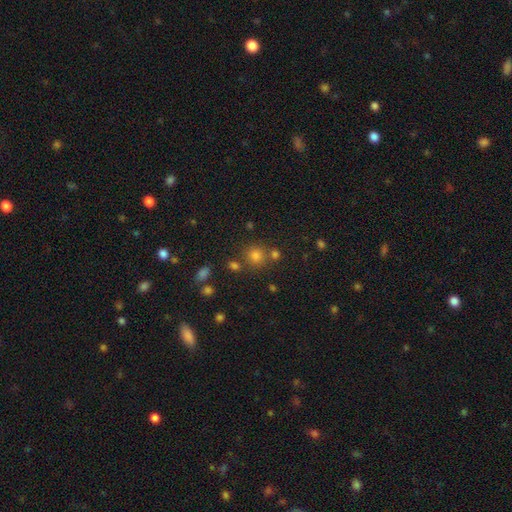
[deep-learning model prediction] smooth 72%, star or artifact 21%, featured or disk 7%. Down the decision tree: how rounded — round (88%); merging — none (73%).